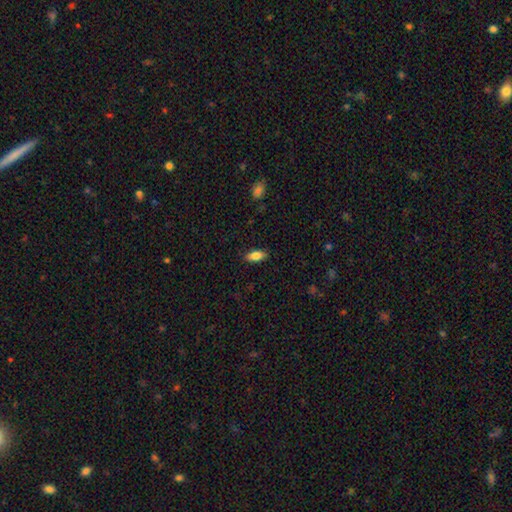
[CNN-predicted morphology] Smooth or featured: smooth — 83% (featured or disk — 10%)
How rounded: in between — 85% (cigar-shaped — 13%)
Merging: none — 87% (minor disturbance — 10%)